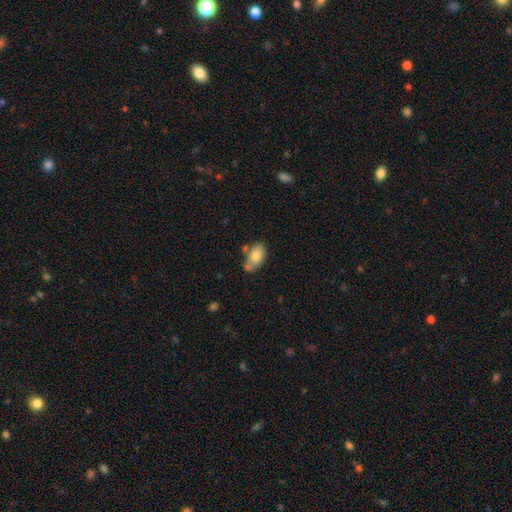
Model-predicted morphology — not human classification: Smooth or featured?
  - smooth: 77% *
  - featured or disk: 16%
  - star or artifact: 7%
How rounded?
  - in between: 92% *
  - round: 5%
  - cigar-shaped: 2%
Merging?
  - none: 56% *
  - minor disturbance: 23%
  - merger: 16%
  - major disturbance: 6%